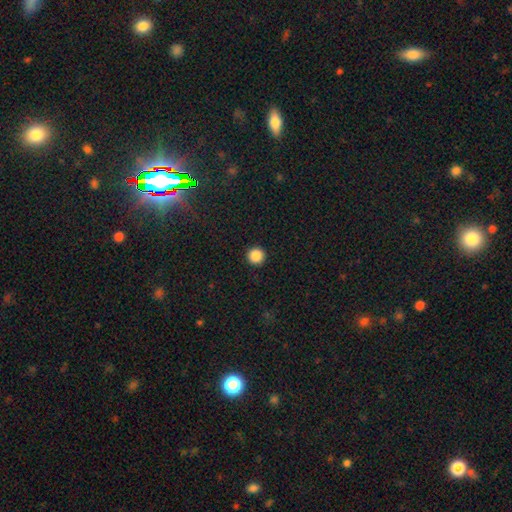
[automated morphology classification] A smooth galaxy with no disk features (87%) that is round (96%). Merging: none (94%).